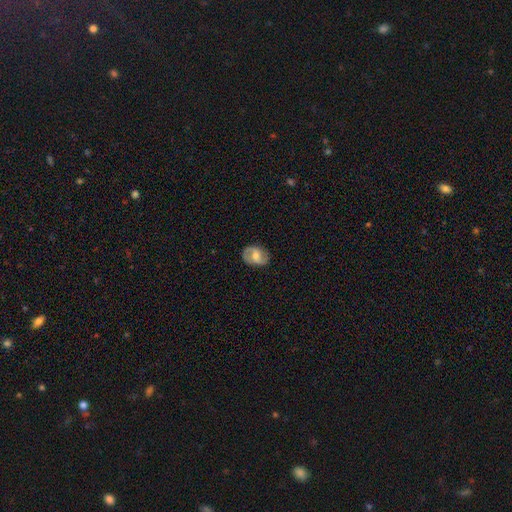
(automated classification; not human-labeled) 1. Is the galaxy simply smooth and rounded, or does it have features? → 65% featured or disk, 29% smooth, 7% star or artifact.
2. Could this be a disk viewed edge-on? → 97% no, 3% yes.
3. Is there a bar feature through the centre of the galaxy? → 47% weak, 33% no, 19% strong.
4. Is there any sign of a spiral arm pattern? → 85% yes, 15% no.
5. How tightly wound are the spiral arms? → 45% medium, 32% loose, 22% tight.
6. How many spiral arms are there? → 86% 2, 7% can't tell, 4% 1, 1% 3, 1% 4, 1% more than 4.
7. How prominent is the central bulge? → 58% moderate, 31% small, 5% large, 4% none, 1% dominant.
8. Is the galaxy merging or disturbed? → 80% none, 15% minor disturbance, 4% major disturbance, 1% merger.